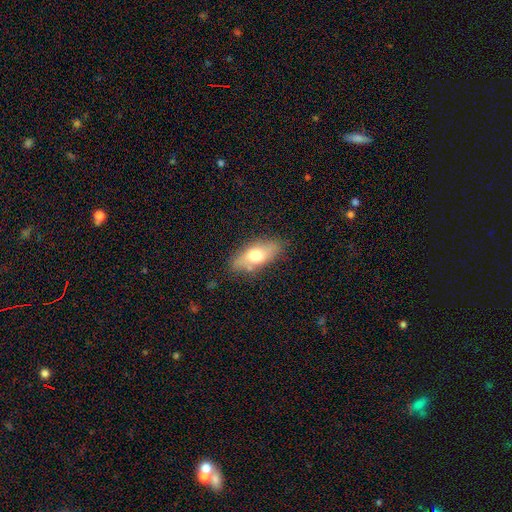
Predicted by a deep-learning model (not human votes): smooth-or-featured: smooth: 64% | featured or disk: 29% | star or artifact: 7%
  how-rounded: in between: 78% | cigar-shaped: 18% | round: 4%
  merging: none: 76% | minor disturbance: 17% | major disturbance: 4% | merger: 3%